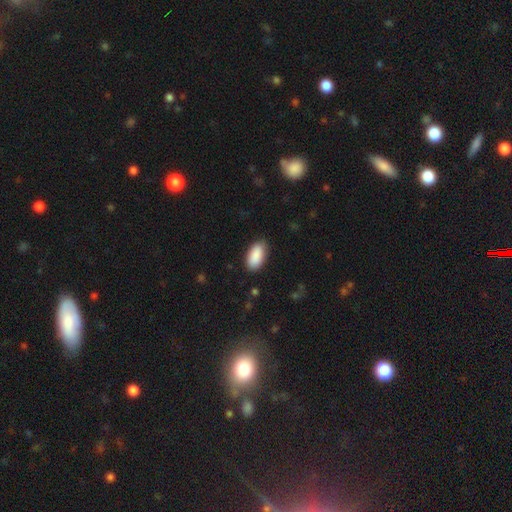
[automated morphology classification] This appears to be a smooth galaxy with no disk features (91%) that is in between round and cigar-shaped (94%). Merging: none (85%).